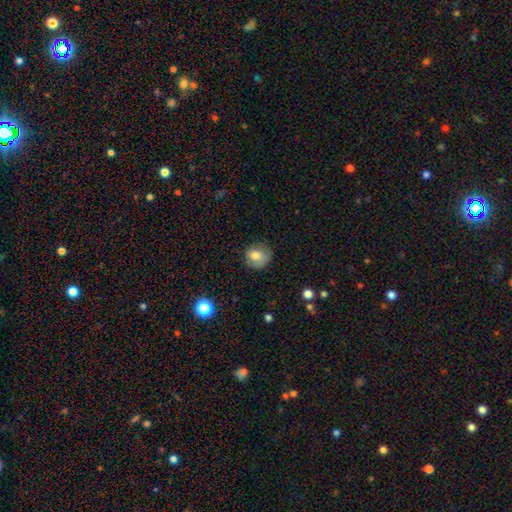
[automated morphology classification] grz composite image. It shows a smooth galaxy with no disk features (77%) that is round (72%). Merging: none (64%).